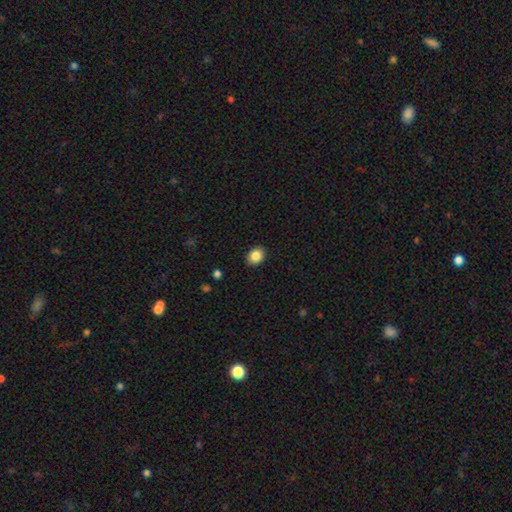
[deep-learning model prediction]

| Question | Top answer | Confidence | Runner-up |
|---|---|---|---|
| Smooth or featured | smooth | 86% | star or artifact (9%) |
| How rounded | in between | 52% | round (47%) |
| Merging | none | 90% | minor disturbance (7%) |